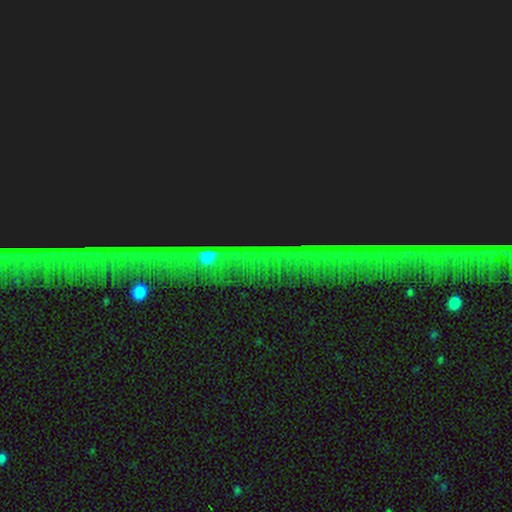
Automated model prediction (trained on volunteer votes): Smooth or featured: star or artifact — 83% (featured or disk — 10%)